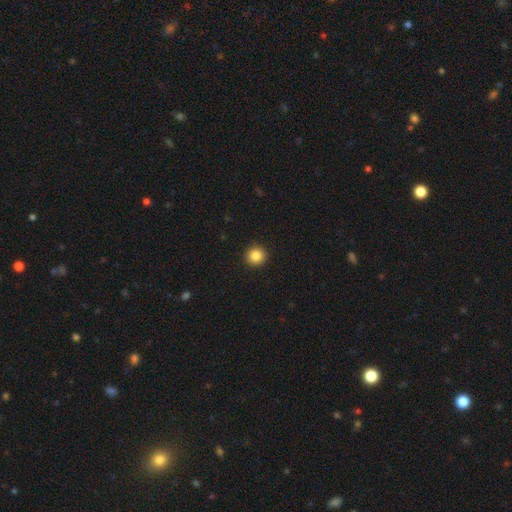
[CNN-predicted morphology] This is clearly a smooth galaxy (86%). How rounded: clearly round (94%). Merging: clearly none (93%).